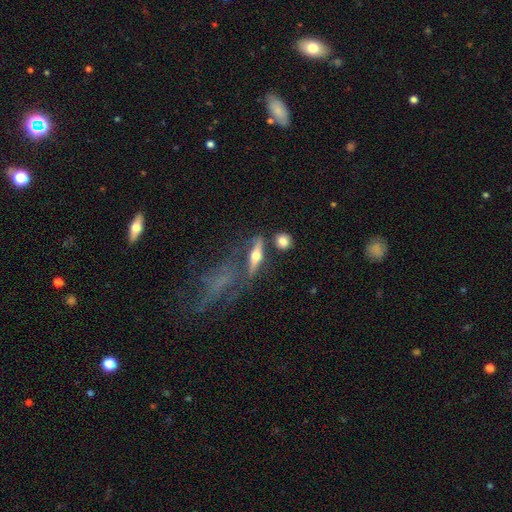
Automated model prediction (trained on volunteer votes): smooth-or-featured: featured or disk: 55% | smooth: 36% | star or artifact: 8%
  disk-edge-on: yes: 86% | no: 14%
  merging: none: 66% | minor disturbance: 15% | merger: 12% | major disturbance: 8%